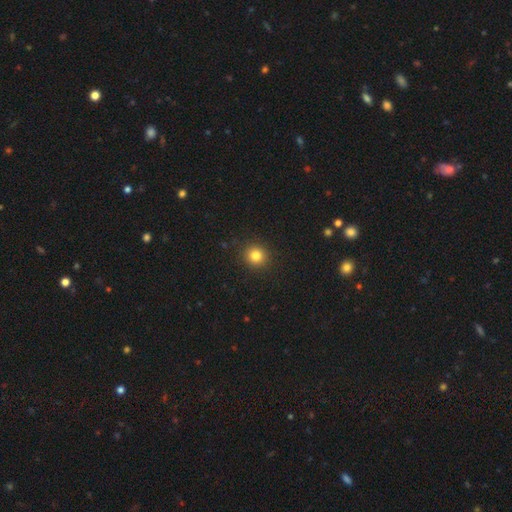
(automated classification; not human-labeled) Smooth or featured?
  - smooth: 82% *
  - star or artifact: 12%
  - featured or disk: 6%
How rounded?
  - round: 91% *
  - in between: 8%
  - cigar-shaped: 1%
Merging?
  - none: 92% *
  - minor disturbance: 5%
  - major disturbance: 2%
  - merger: 1%